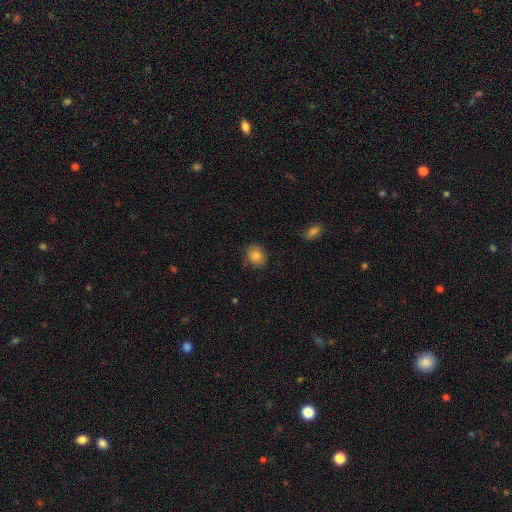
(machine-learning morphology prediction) Q: Smooth or featured?
A: smooth (84%); runner-up: star or artifact (9%)
Q: How rounded?
A: round (68%); runner-up: in between (31%)
Q: Merging?
A: none (83%); runner-up: minor disturbance (13%)